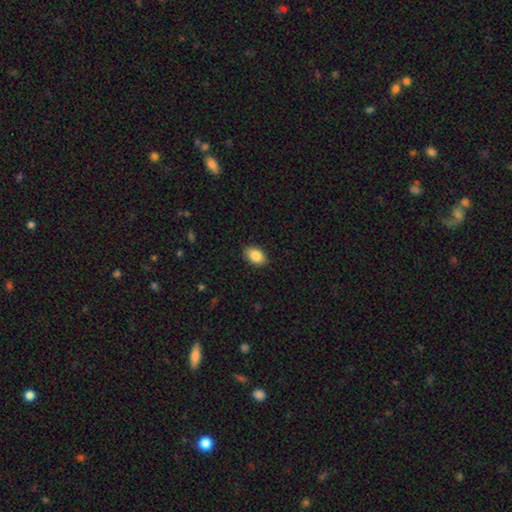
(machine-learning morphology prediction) smooth 88%, star or artifact 7%, featured or disk 5%. Down the decision tree: how rounded — in between (86%); merging — none (86%).